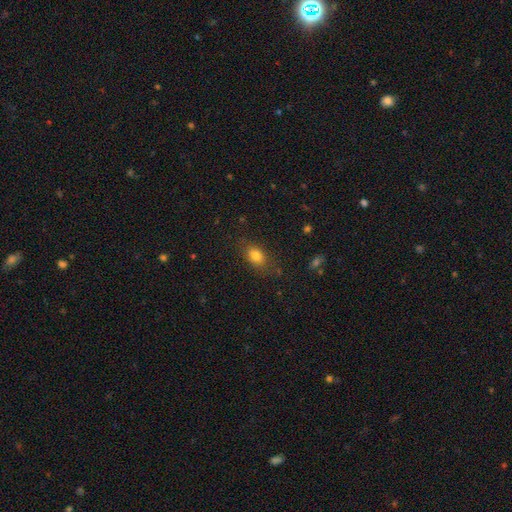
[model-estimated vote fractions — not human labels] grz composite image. It shows a smooth galaxy with no disk features (81%) that is in between round and cigar-shaped (78%). Merging: none (77%).